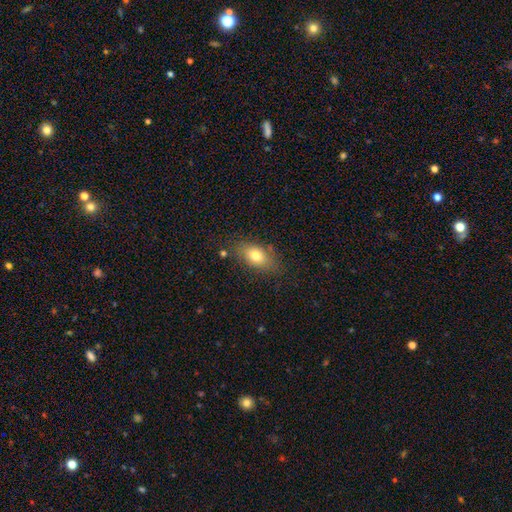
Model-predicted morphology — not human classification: A smooth galaxy with no disk features (77%) that is in between round and cigar-shaped (85%). Merging: none (76%).